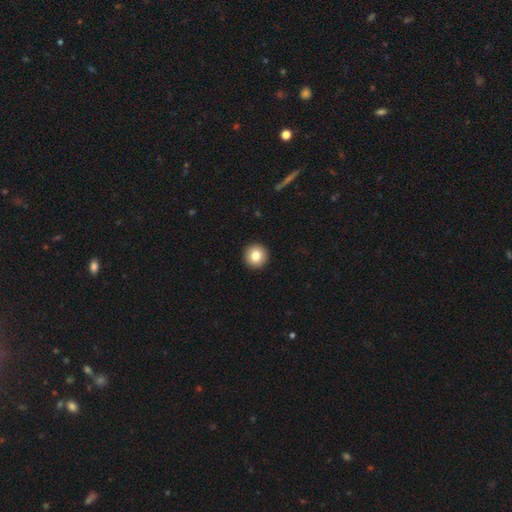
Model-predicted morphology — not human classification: smooth 81%, featured or disk 10%, star or artifact 9%. Down the decision tree: how rounded — round (96%); merging — none (94%).